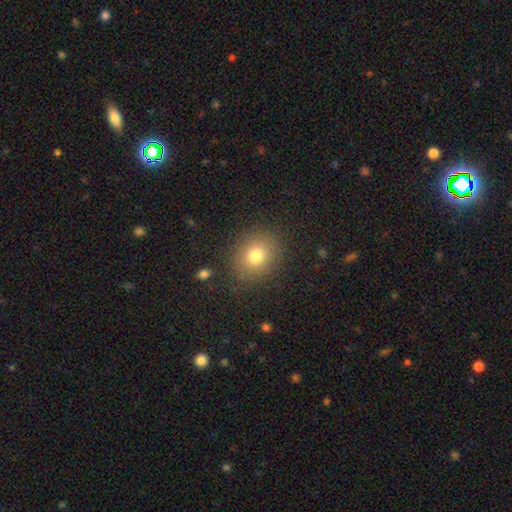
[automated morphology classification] Smooth or featured? smooth (78%)
How rounded? round (56%)
Merging? none (86%)